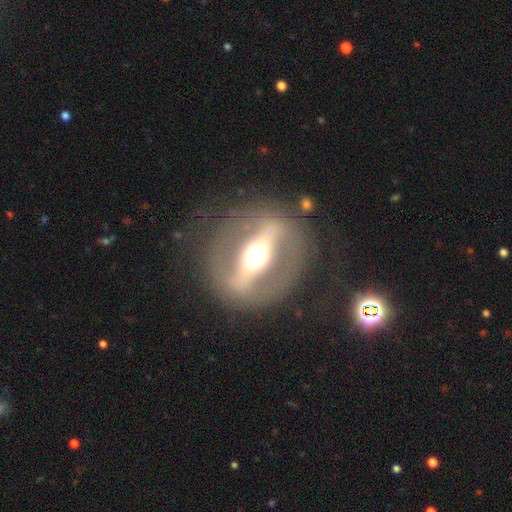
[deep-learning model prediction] smooth_or_featured: featured or disk (p=0.80) [alt: smooth p=0.14]
disk_edge_on: no (p=0.64) [alt: yes p=0.36]
bar: strong (p=0.85) [alt: weak p=0.09]
has_spiral_arms: no (p=0.80) [alt: yes p=0.20]
bulge_size: moderate (p=0.57) [alt: large p=0.32]
merging: none (p=0.81) [alt: major disturbance p=0.09]